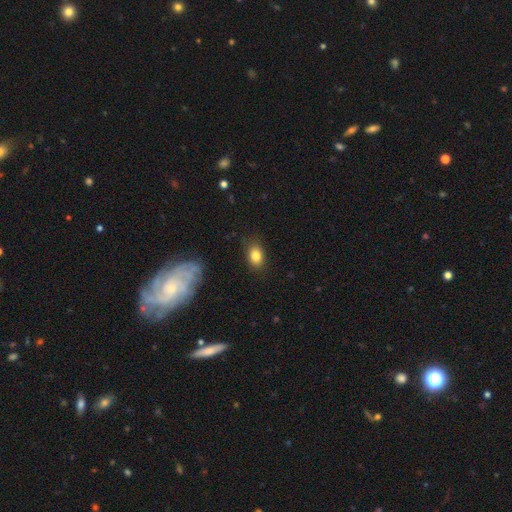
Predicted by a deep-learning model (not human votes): Overall: smooth (83%). How rounded: in between (77%). Merging: none (82%).